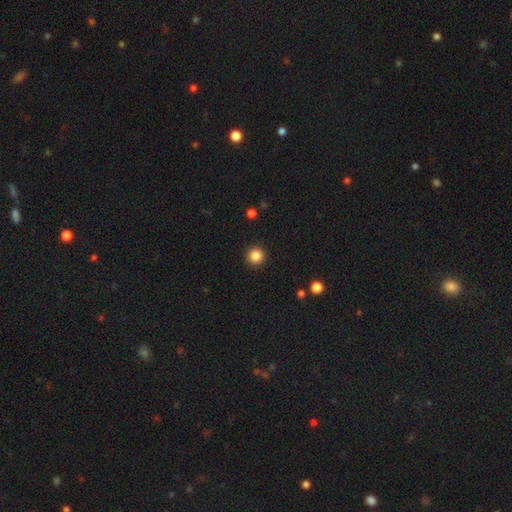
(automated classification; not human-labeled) smooth-or-featured: smooth: 86% | star or artifact: 11% | featured or disk: 4%
  how-rounded: round: 96% | in between: 3% | cigar-shaped: 1%
  merging: none: 93% | minor disturbance: 4% | major disturbance: 2% | merger: 1%